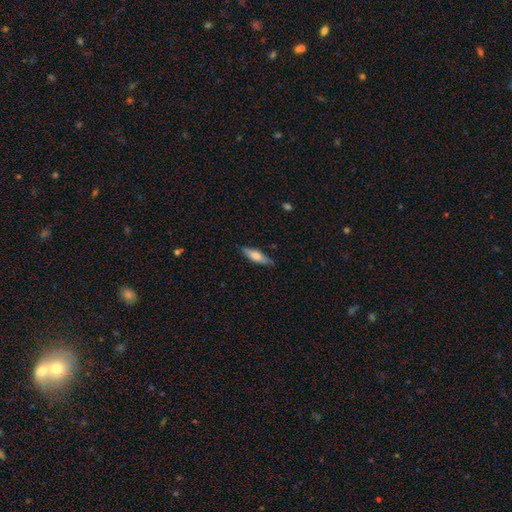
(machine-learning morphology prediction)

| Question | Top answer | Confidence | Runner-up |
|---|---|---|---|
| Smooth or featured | smooth | 63% | featured or disk (31%) |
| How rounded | cigar-shaped | 55% | in between (43%) |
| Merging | none | 81% | minor disturbance (15%) |